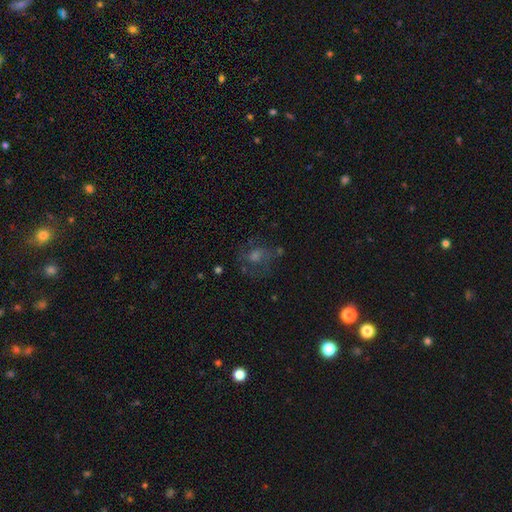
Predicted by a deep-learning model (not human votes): A featured or disk galaxy (42%). Merging: none (63%).